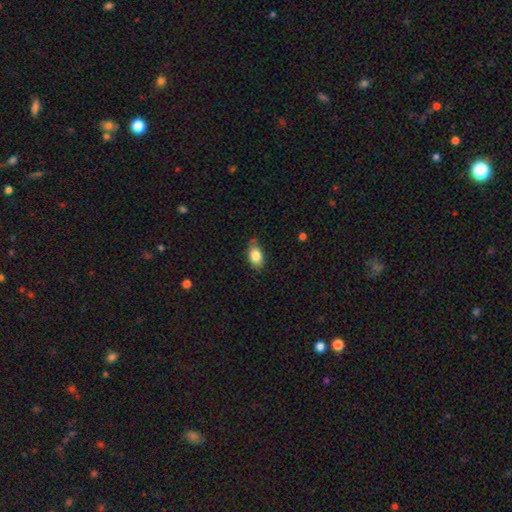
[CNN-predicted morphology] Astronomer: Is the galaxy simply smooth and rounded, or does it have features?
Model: smooth — 84%.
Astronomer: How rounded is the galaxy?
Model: in between — 88%.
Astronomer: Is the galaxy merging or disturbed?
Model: none — 73%.